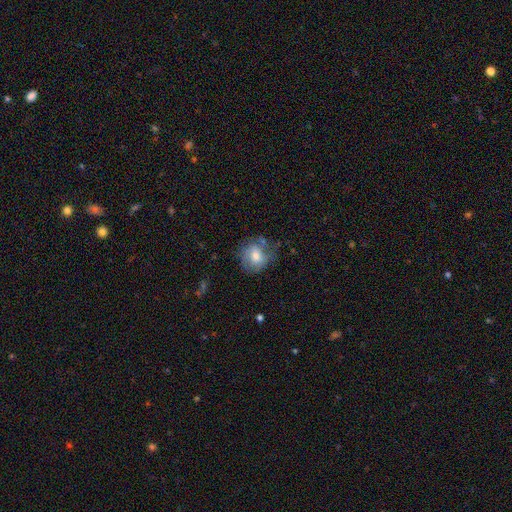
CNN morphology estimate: A smooth galaxy with no disk features (59%) that is round (72%). Merging: none (55%).